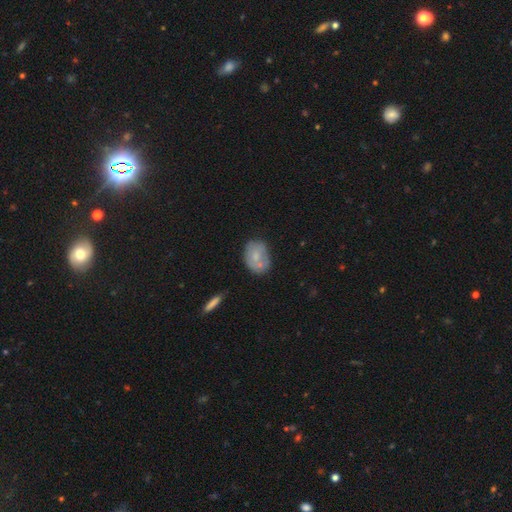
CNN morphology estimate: smooth_or_featured: smooth (p=0.66) [alt: featured or disk p=0.26]
how_rounded: in between (p=0.70) [alt: round p=0.29]
merging: none (p=0.54) [alt: minor disturbance p=0.24]